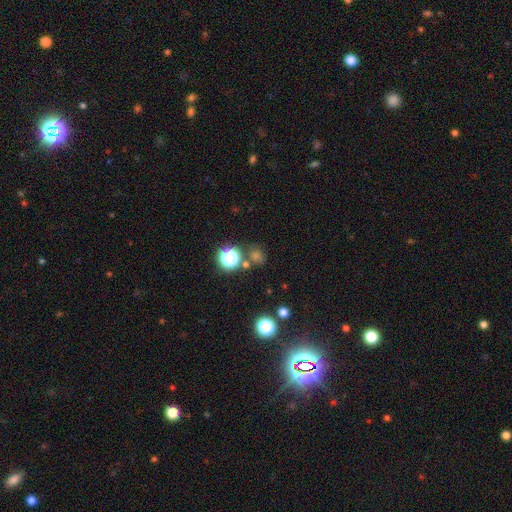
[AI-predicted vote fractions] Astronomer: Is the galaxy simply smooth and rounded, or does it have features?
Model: smooth — 47% (runner-up: star or artifact, 45%).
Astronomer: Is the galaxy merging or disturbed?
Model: none — 74%.